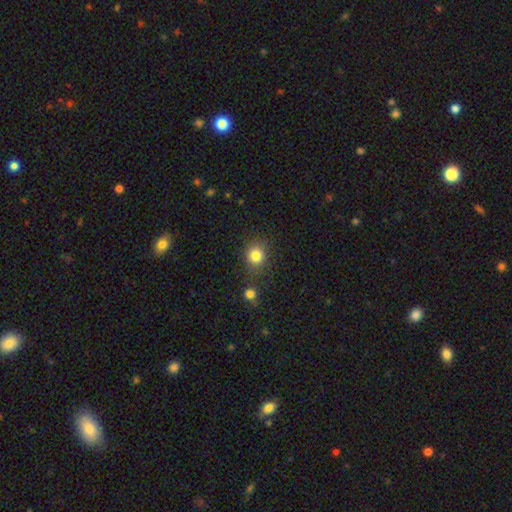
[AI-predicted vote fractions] smooth_or_featured: smooth (p=0.83) [alt: star or artifact p=0.11]
how_rounded: round (p=0.78) [alt: in between p=0.21]
merging: none (p=0.77) [alt: minor disturbance p=0.11]